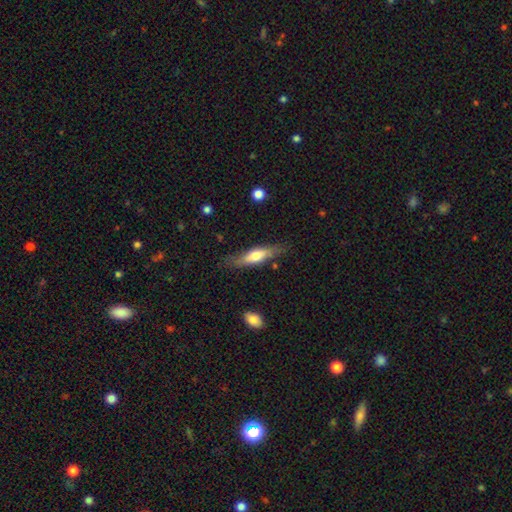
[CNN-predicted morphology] Smooth or featured? smooth (51%)
How rounded? cigar-shaped (66%)
Merging? none (75%)